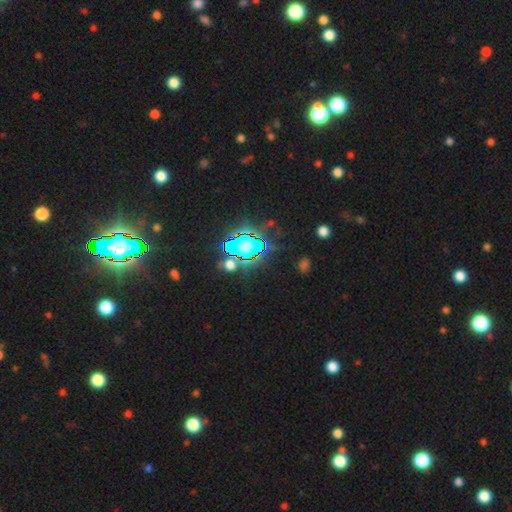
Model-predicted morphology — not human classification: smooth_or_featured: star or artifact (p=0.81) [alt: smooth p=0.10]